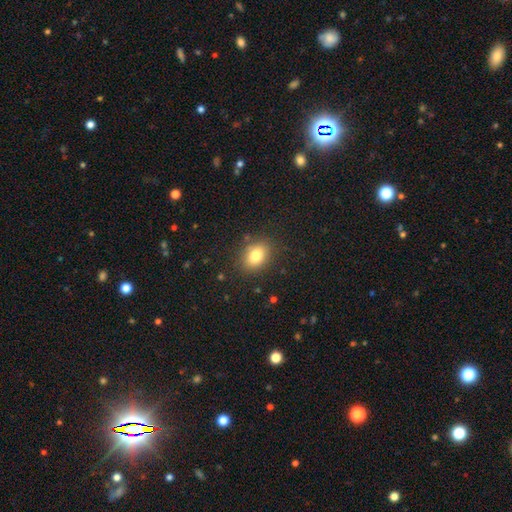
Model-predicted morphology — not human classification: Smooth or featured: smooth — 80% (star or artifact — 10%)
How rounded: in between — 66% (round — 33%)
Merging: none — 85% (minor disturbance — 10%)